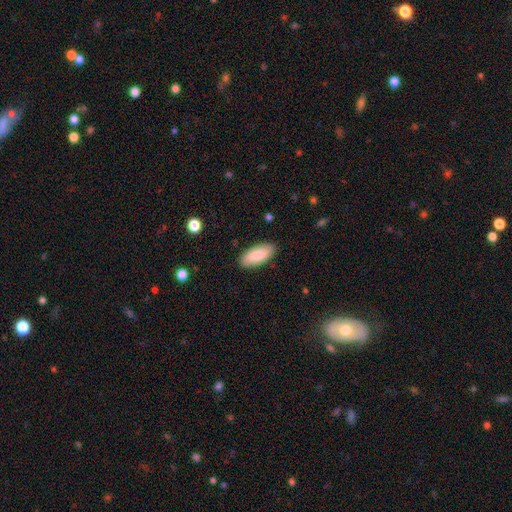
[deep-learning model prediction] smooth_or_featured: smooth (p=0.83) [alt: featured or disk p=0.11]
how_rounded: in between (p=0.83) [alt: cigar-shaped p=0.15]
merging: none (p=0.88) [alt: minor disturbance p=0.09]